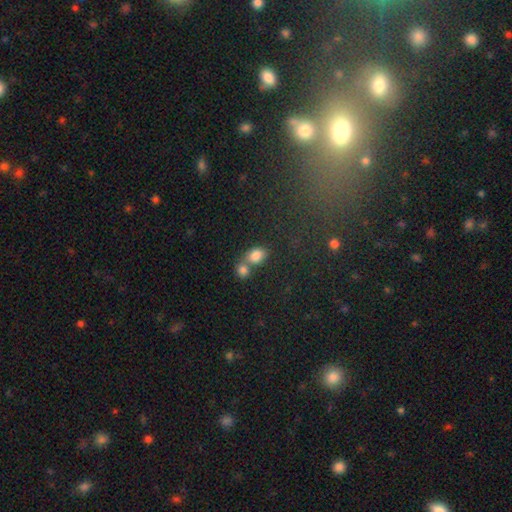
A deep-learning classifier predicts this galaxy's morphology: Smooth or featured: smooth — 81% (star or artifact — 11%)
How rounded: in between — 61% (round — 37%)
Merging: merger — 55% (none — 34%)